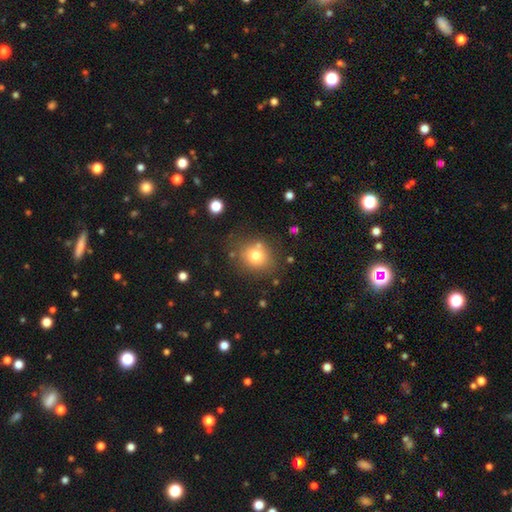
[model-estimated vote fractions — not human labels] Smooth or featured? smooth (76%)
How rounded? round (72%)
Merging? none (74%)